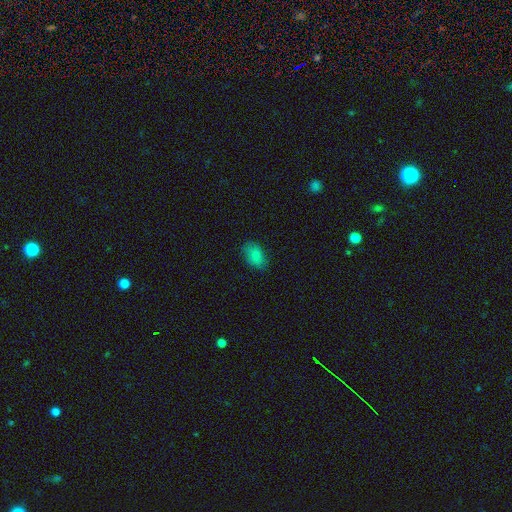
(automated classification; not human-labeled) smooth_or_featured: smooth (p=0.80) [alt: featured or disk p=0.10]
how_rounded: in between (p=0.89) [alt: round p=0.09]
merging: none (p=0.81) [alt: minor disturbance p=0.15]